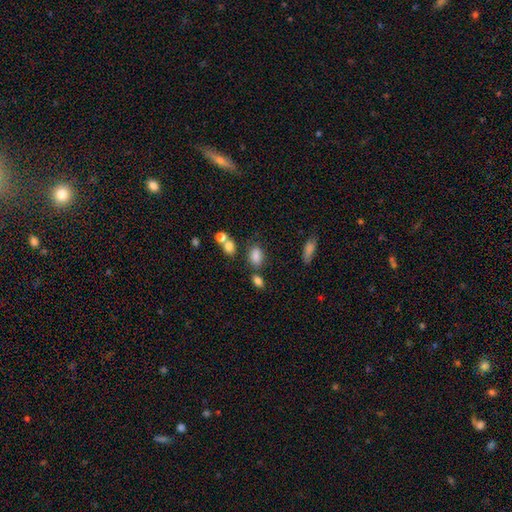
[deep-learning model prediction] Smooth or featured: smooth — 81% (star or artifact — 12%)
How rounded: in between — 81% (round — 17%)
Merging: none — 60% (merger — 19%)